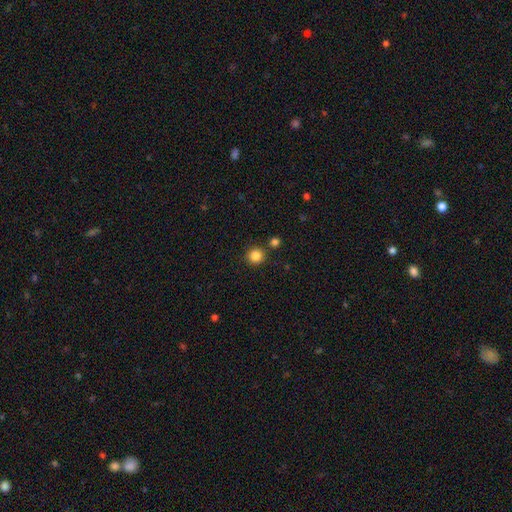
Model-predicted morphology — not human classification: Q: Smooth or featured?
A: smooth (84%); runner-up: star or artifact (11%)
Q: How rounded?
A: round (93%); runner-up: in between (6%)
Q: Merging?
A: none (86%); runner-up: minor disturbance (6%)